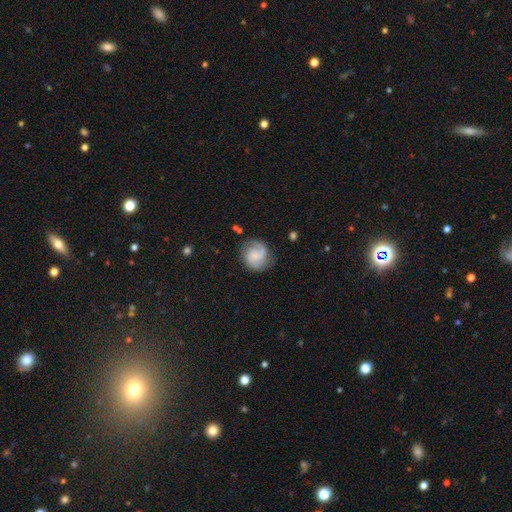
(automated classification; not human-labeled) Smooth or featured: featured or disk — 57% (smooth — 35%)
Edge-on disk: no — 98% (yes — 2%)
Bar: no — 62% (weak — 31%)
Spiral arms: yes — 92% (no — 8%)
Spiral winding: medium — 41% (tight — 35%)
Spiral arm count: 2 — 59% (1 — 26%)
Bulge size: none — 52% (small — 25%)
Merging: none — 68% (minor disturbance — 20%)